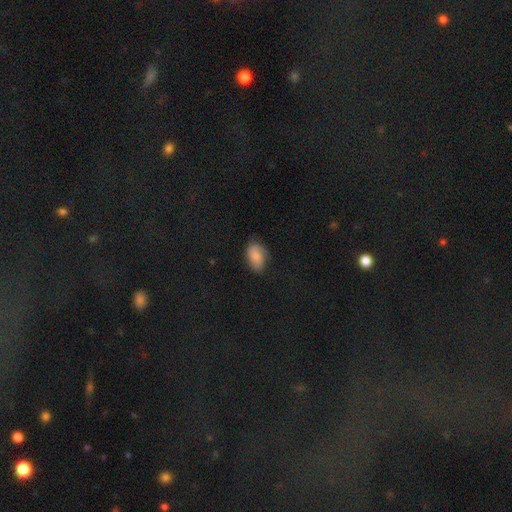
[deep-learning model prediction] Smooth or featured?
  - smooth: 73% *
  - featured or disk: 18%
  - star or artifact: 8%
How rounded?
  - in between: 90% *
  - round: 8%
  - cigar-shaped: 2%
Merging?
  - none: 63% *
  - minor disturbance: 28%
  - major disturbance: 8%
  - merger: 1%